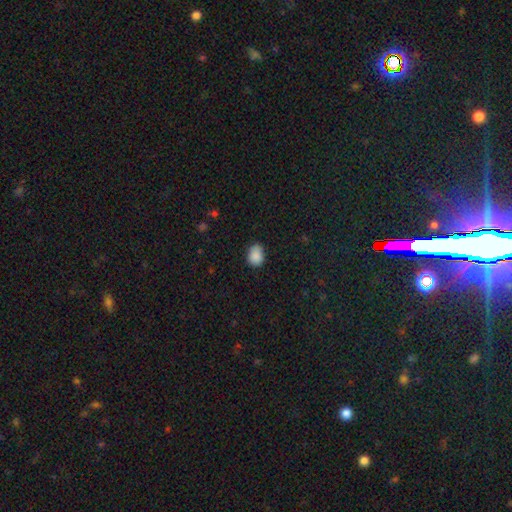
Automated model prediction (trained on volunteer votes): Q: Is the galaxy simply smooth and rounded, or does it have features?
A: smooth — 88%.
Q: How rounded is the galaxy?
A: in between — 66%.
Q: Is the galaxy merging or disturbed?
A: none — 70%.